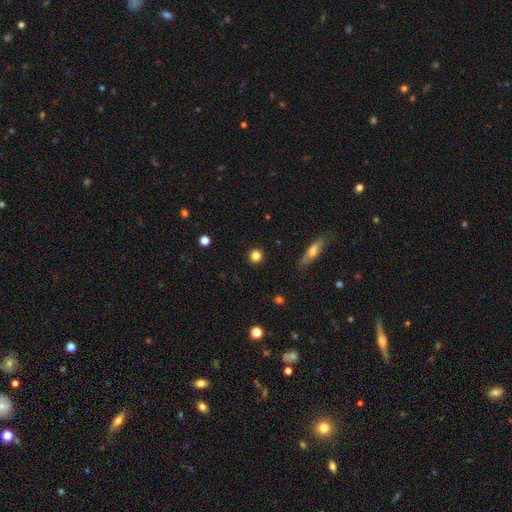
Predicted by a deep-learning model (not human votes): Smooth or featured: smooth — 83% (star or artifact — 11%)
How rounded: round — 93% (in between — 5%)
Merging: none — 91% (minor disturbance — 6%)